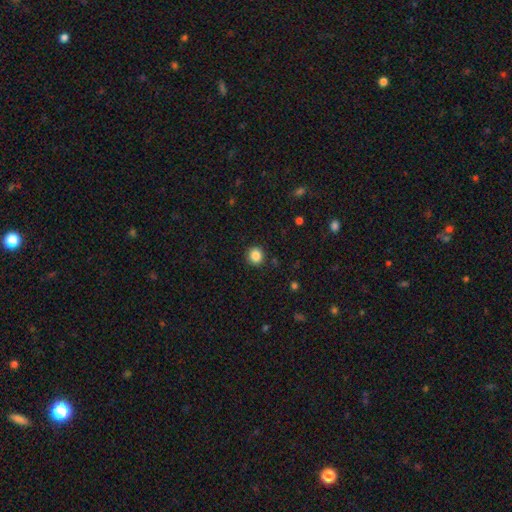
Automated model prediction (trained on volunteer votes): Overall: smooth (86%). How rounded: round (90%). Merging: none (91%).